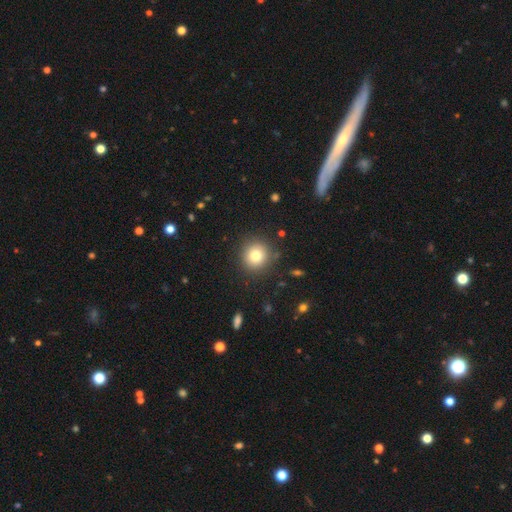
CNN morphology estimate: Smooth or featured?
  - smooth: 78% *
  - star or artifact: 12%
  - featured or disk: 10%
How rounded?
  - round: 93% *
  - in between: 6%
  - cigar-shaped: 1%
Merging?
  - none: 88% *
  - minor disturbance: 7%
  - major disturbance: 3%
  - merger: 2%